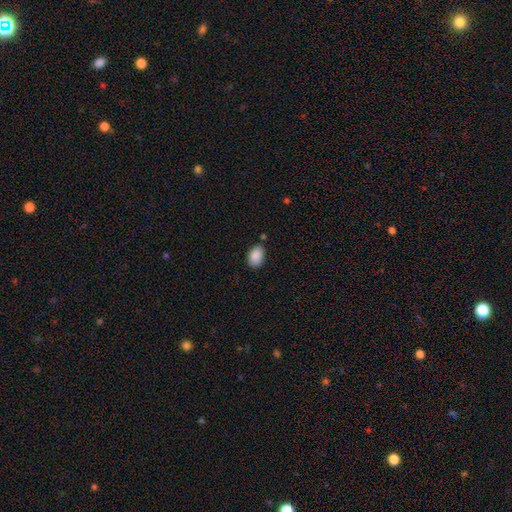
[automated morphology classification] smooth 89%, star or artifact 7%, featured or disk 4%. Down the decision tree: how rounded — in between (87%); merging — none (80%).